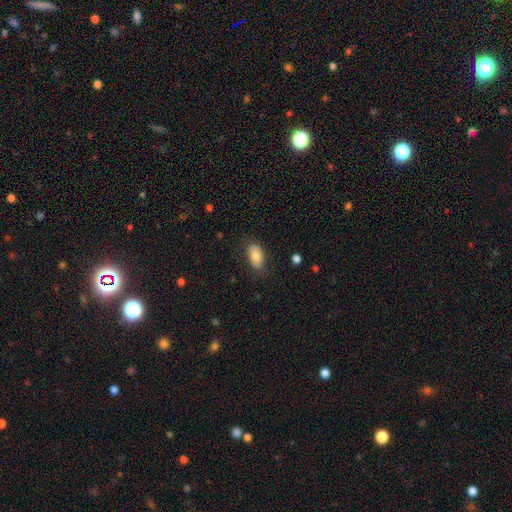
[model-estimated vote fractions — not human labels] Smooth or featured?
  - smooth: 78% *
  - featured or disk: 15%
  - star or artifact: 7%
How rounded?
  - in between: 93% *
  - round: 4%
  - cigar-shaped: 3%
Merging?
  - none: 78% *
  - minor disturbance: 16%
  - major disturbance: 5%
  - merger: 1%